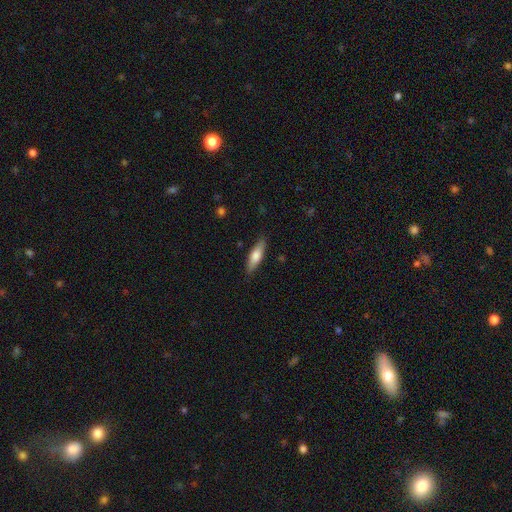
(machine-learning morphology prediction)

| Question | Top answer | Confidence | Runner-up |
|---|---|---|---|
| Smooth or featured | smooth | 66% | featured or disk (28%) |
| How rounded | cigar-shaped | 57% | in between (41%) |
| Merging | none | 86% | minor disturbance (11%) |